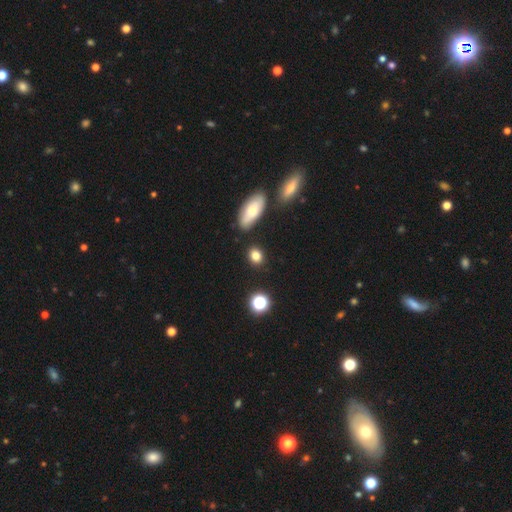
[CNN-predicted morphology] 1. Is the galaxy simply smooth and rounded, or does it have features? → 81% smooth, 12% star or artifact, 7% featured or disk.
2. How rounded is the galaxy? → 49% in between, 48% round, 3% cigar-shaped.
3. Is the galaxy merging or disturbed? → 83% none, 10% minor disturbance, 4% merger, 3% major disturbance.